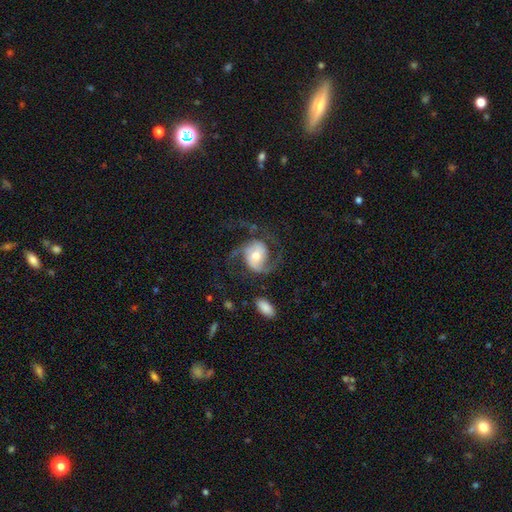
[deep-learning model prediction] A featured or disk galaxy (83%) with no bar (50%), 2 (78%) medium (49%) spiral arms (96%) and a moderate central bulge (57%). Merging: none (55%).